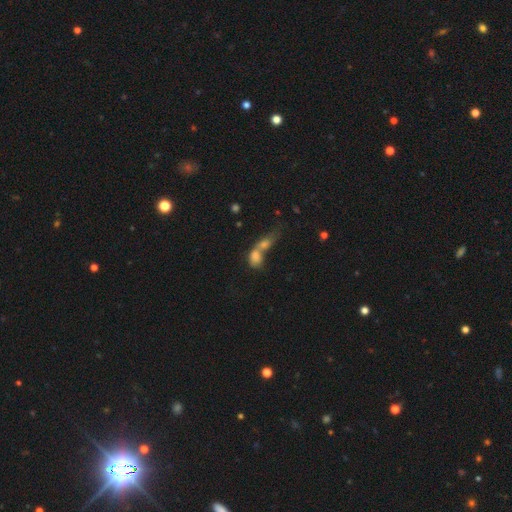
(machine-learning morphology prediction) Q: Smooth or featured?
A: smooth (71%); runner-up: featured or disk (17%)
Q: How rounded?
A: in between (64%); runner-up: round (29%)
Q: Merging?
A: merger (73%); runner-up: none (15%)